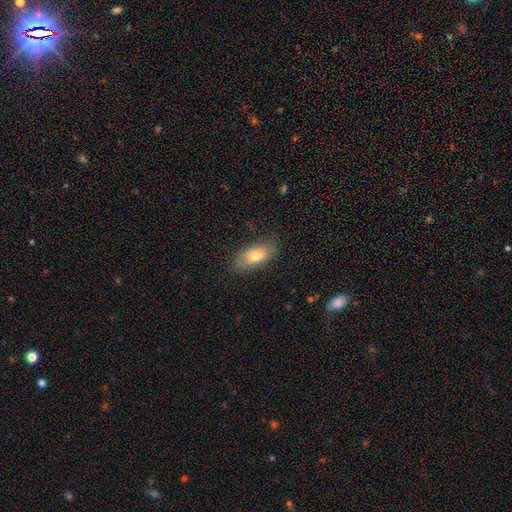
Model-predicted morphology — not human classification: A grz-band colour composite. It shows a smooth galaxy with no disk features (74%) that is in between round and cigar-shaped (85%). Merging: none (80%).